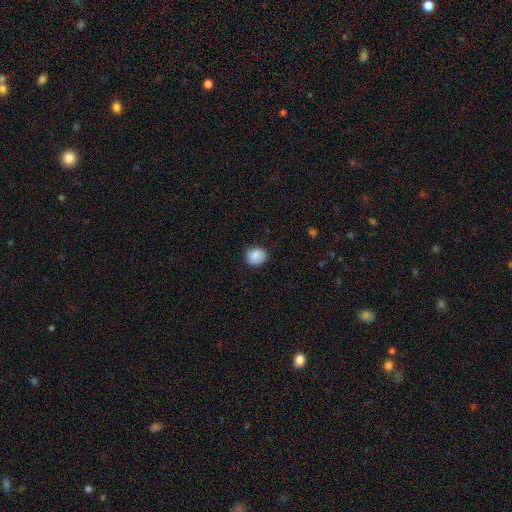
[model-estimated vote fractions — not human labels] Smooth or featured?
  - smooth: 85% *
  - star or artifact: 8%
  - featured or disk: 7%
How rounded?
  - round: 74% *
  - in between: 26%
  - cigar-shaped: 1%
Merging?
  - none: 79% *
  - minor disturbance: 17%
  - major disturbance: 3%
  - merger: 1%